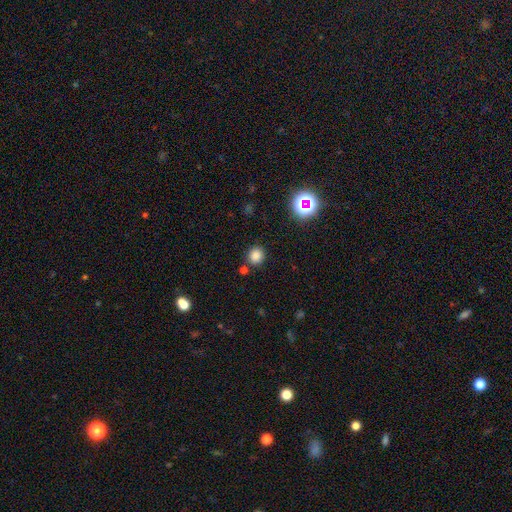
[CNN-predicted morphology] Smooth or featured?
  - smooth: 80% *
  - star or artifact: 15%
  - featured or disk: 5%
How rounded?
  - round: 86% *
  - in between: 13%
  - cigar-shaped: 1%
Merging?
  - none: 83% *
  - minor disturbance: 8%
  - merger: 6%
  - major disturbance: 3%